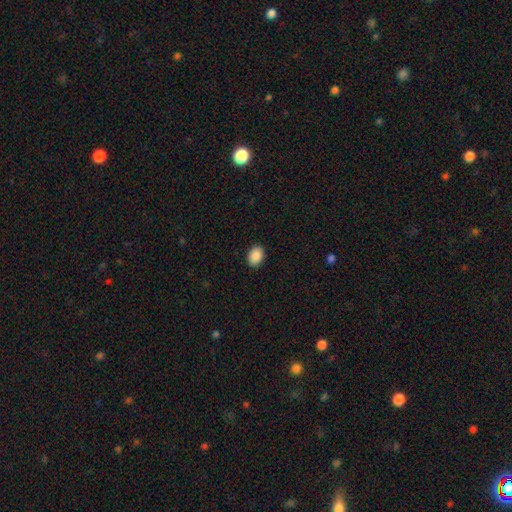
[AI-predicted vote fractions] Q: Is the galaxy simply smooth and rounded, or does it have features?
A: smooth — 90%.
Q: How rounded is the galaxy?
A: in between — 78%.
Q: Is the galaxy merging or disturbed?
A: none — 91%.